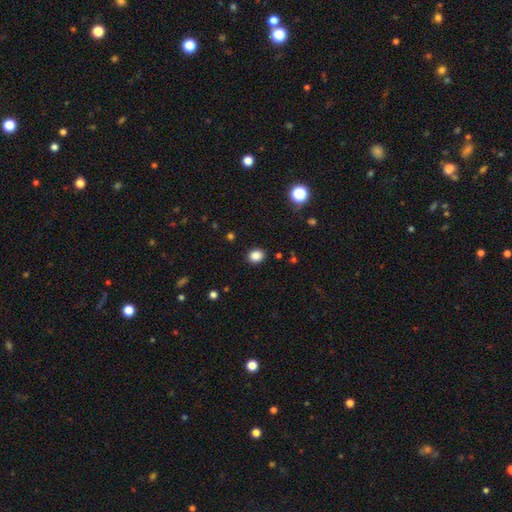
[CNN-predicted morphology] smooth 86%, star or artifact 11%, featured or disk 3%. Down the decision tree: how rounded — round (59%); merging — none (90%).